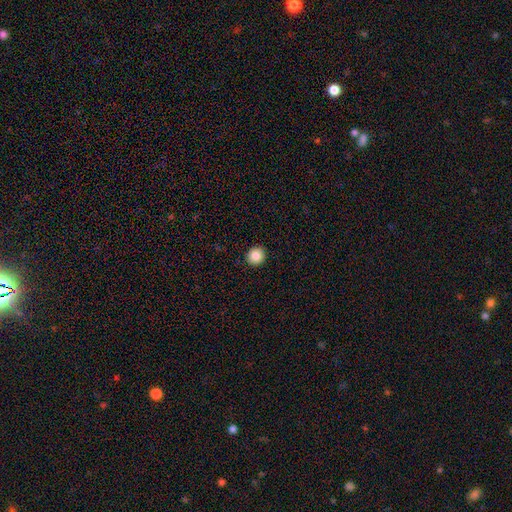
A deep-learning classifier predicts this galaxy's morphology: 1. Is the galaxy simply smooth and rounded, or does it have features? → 87% smooth, 9% star or artifact, 4% featured or disk.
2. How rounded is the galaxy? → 90% round, 9% in between, 1% cigar-shaped.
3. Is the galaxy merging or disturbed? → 93% none, 5% minor disturbance, 2% major disturbance, 1% merger.